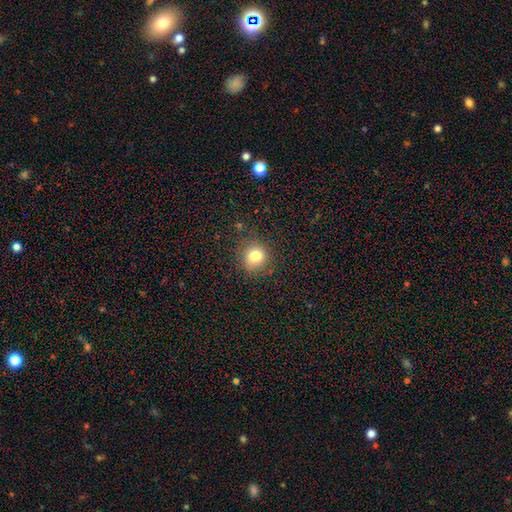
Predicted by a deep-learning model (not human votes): The model was most divided on "smooth or featured": smooth: 79%, star or artifact: 13%, featured or disk: 8%. More confident: merging — none (85%); how rounded — round (84%).